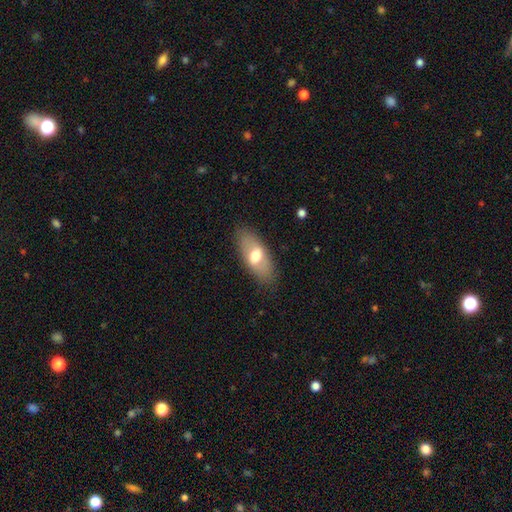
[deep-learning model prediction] This is possibly a smooth galaxy (60%). How rounded: clearly in between (83%). Merging: clearly none (82%).